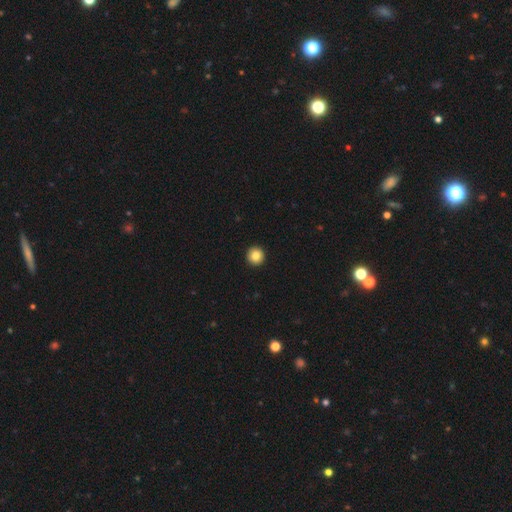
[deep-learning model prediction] The model was most divided on "smooth or featured": smooth: 85%, star or artifact: 9%, featured or disk: 6%. More confident: how rounded — round (96%); merging — none (94%).